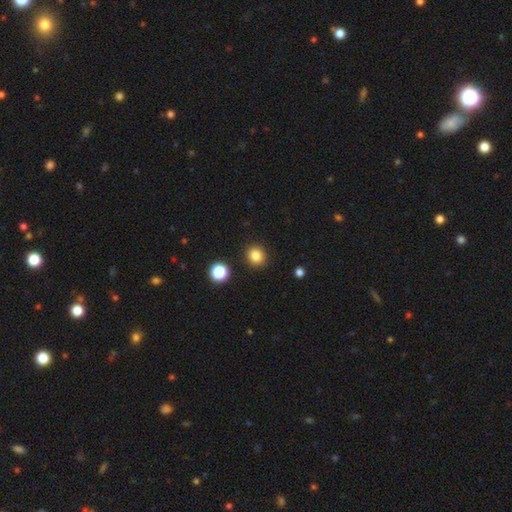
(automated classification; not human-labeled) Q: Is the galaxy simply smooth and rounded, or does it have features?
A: smooth — 83%.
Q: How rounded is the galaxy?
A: round — 86%.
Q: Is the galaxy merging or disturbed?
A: none — 91%.